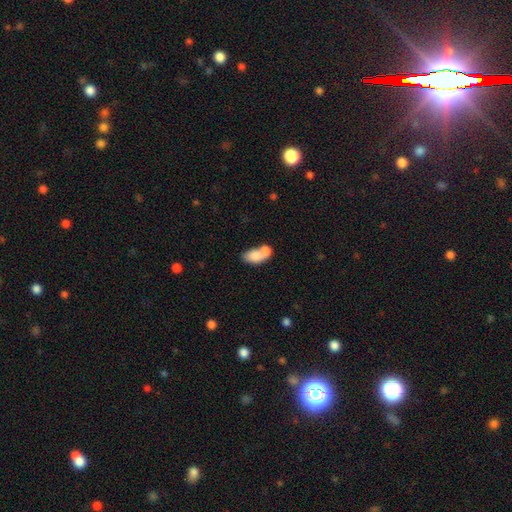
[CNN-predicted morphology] smooth 77%, featured or disk 15%, star or artifact 7%. Down the decision tree: how rounded — in between (89%); merging — merger (61%).